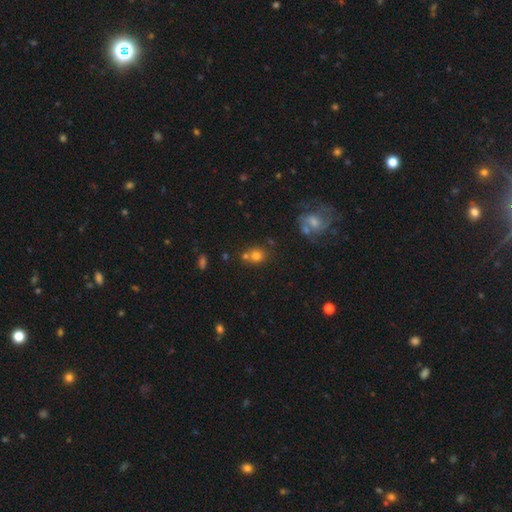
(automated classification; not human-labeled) smooth-or-featured: smooth: 73% | star or artifact: 16% | featured or disk: 11%
  how-rounded: round: 79% | in between: 20% | cigar-shaped: 1%
  merging: none: 56% | merger: 30% | minor disturbance: 10% | major disturbance: 4%